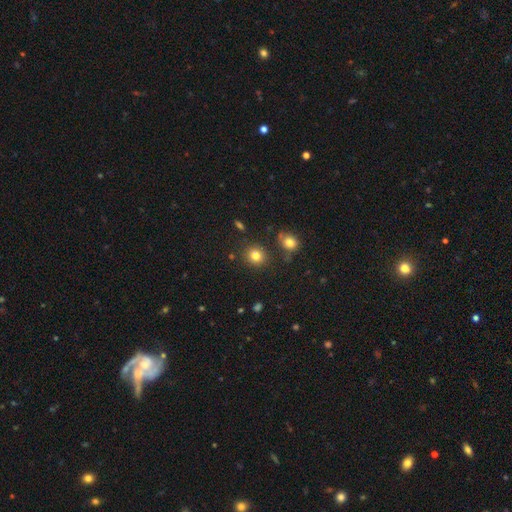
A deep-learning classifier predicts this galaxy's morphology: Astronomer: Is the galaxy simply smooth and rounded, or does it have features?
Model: smooth — 81%.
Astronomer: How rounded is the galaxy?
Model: round — 81%.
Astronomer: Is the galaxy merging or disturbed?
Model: none — 84%.